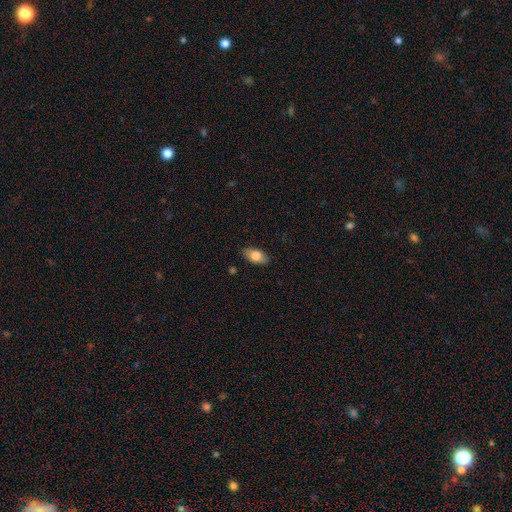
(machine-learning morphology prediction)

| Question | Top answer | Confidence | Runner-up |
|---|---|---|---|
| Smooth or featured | smooth | 79% | featured or disk (15%) |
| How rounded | in between | 91% | cigar-shaped (5%) |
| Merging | none | 86% | minor disturbance (11%) |